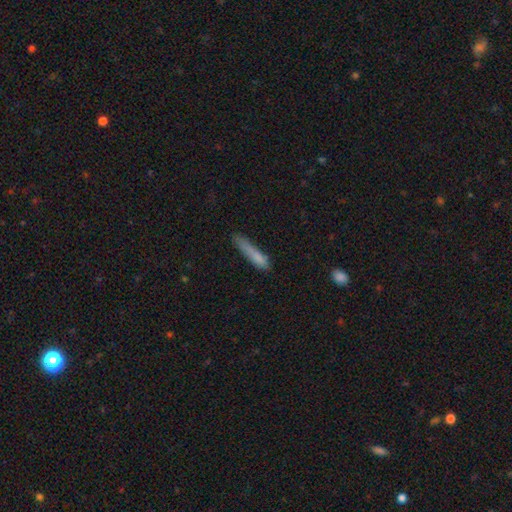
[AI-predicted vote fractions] Q: Smooth or featured?
A: smooth (79%); runner-up: featured or disk (14%)
Q: How rounded?
A: cigar-shaped (90%); runner-up: in between (8%)
Q: Merging?
A: none (58%); runner-up: minor disturbance (28%)